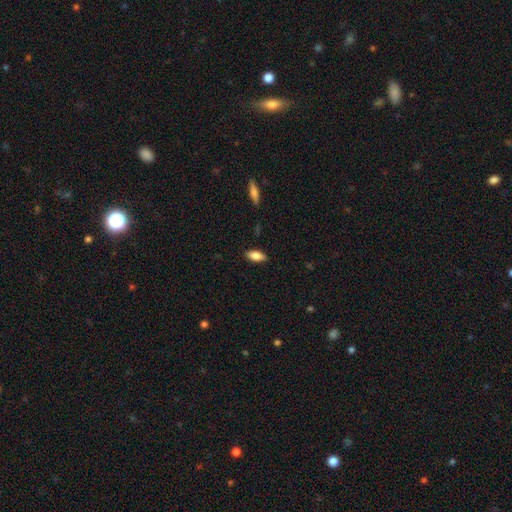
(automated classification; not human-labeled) Smooth or featured? Predicted: smooth (p=0.81). How rounded? Predicted: in between (p=0.83). Merging? Predicted: none (p=0.87).